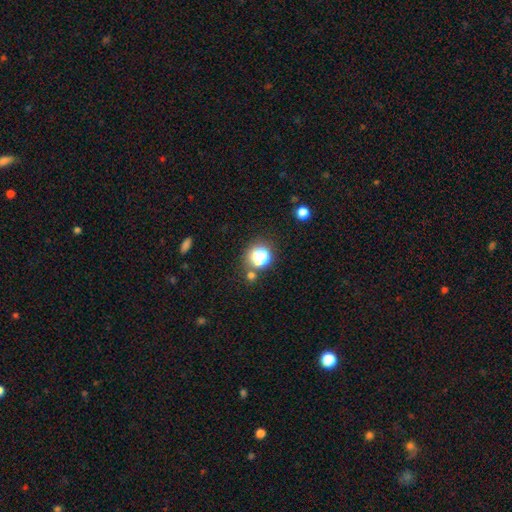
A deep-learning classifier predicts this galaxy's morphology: Q: Smooth or featured?
A: smooth (60%); runner-up: star or artifact (29%)
Q: How rounded?
A: round (79%); runner-up: in between (20%)
Q: Merging?
A: none (62%); runner-up: merger (19%)